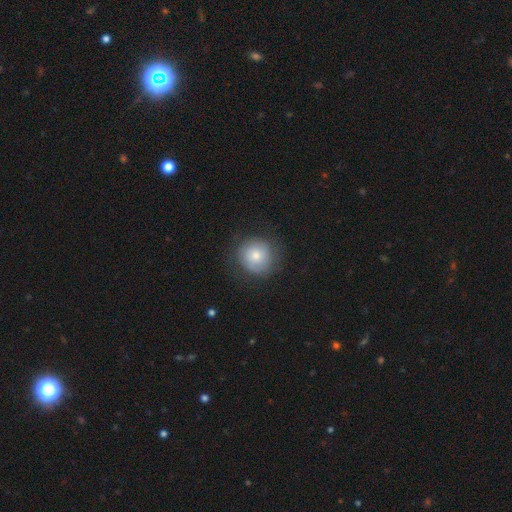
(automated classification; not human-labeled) This is likely a smooth galaxy (70%). How rounded: clearly round (91%). Merging: likely none (77%).